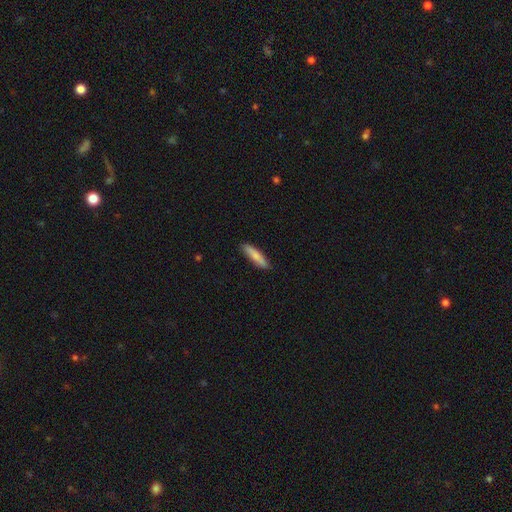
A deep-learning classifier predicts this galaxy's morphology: smooth_or_featured: smooth (p=0.78) [alt: featured or disk p=0.17]
how_rounded: cigar-shaped (p=0.82) [alt: in between p=0.17]
merging: none (p=0.88) [alt: minor disturbance p=0.09]